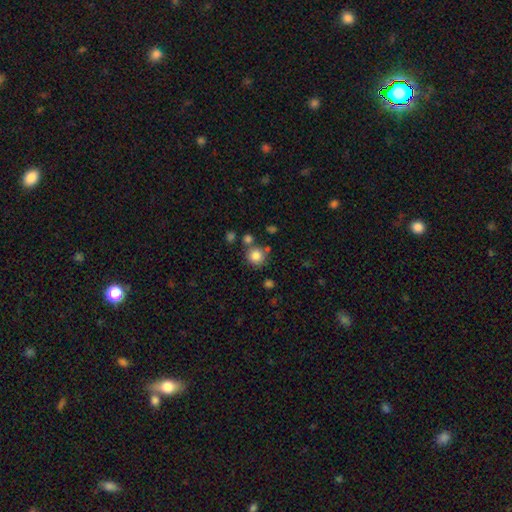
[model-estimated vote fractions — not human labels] Smooth or featured?
  - smooth: 83% *
  - star or artifact: 11%
  - featured or disk: 6%
How rounded?
  - round: 91% *
  - in between: 8%
  - cigar-shaped: 1%
Merging?
  - none: 74% *
  - merger: 12%
  - minor disturbance: 10%
  - major disturbance: 4%